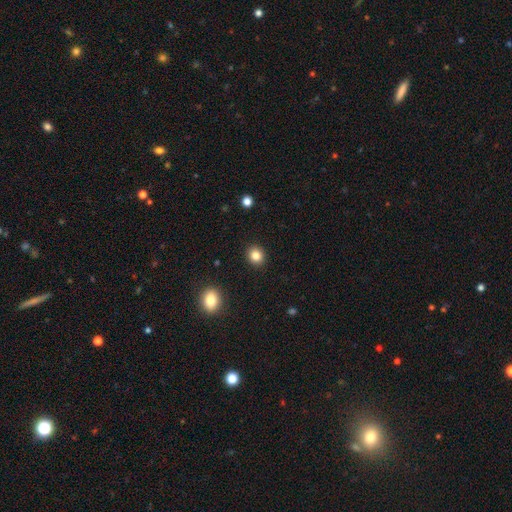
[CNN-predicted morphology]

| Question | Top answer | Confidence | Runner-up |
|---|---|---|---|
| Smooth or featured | smooth | 84% | star or artifact (11%) |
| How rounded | round | 76% | in between (23%) |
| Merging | none | 91% | minor disturbance (6%) |